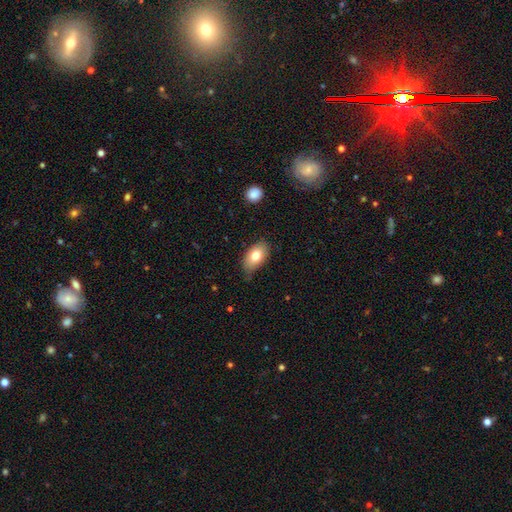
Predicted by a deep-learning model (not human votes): This is likely a smooth galaxy (77%). How rounded: clearly in between (91%). Merging: likely none (76%).